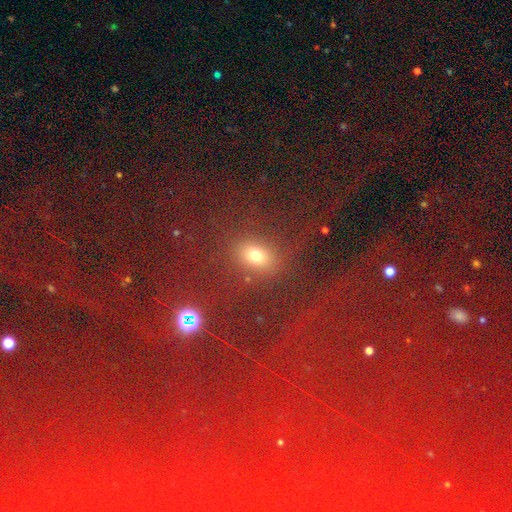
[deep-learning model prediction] smooth 64%, star or artifact 25%, featured or disk 11%. Down the decision tree: how rounded — in between (56%); merging — none (79%).